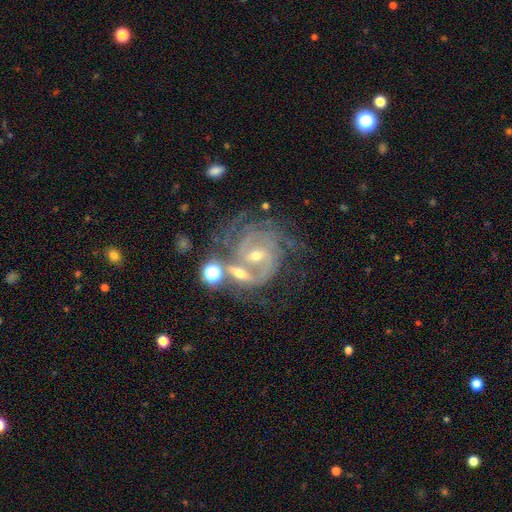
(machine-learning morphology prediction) featured or disk 87%, star or artifact 8%, smooth 6%. Down the decision tree: edge-on disk — no (97%); bar — no (40%, tied with weak); spiral arms — yes (96%); spiral arm count — 2 (33%); spiral winding — tight (61%); bulge size — small (54%); merging — none (50%).